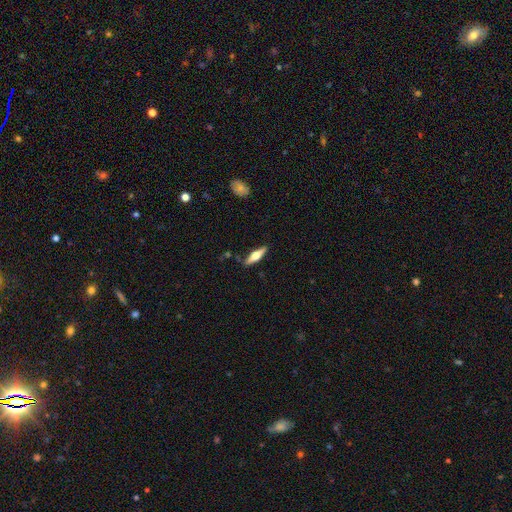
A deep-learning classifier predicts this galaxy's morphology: Smooth or featured?
  - featured or disk: 54% *
  - smooth: 40%
  - star or artifact: 6%
Edge-on disk?
  - yes: 94% *
  - no: 6%
Edge-on bulge?
  - rounded: 93% *
  - boxy: 5%
  - none: 2%
Merging?
  - none: 86% *
  - minor disturbance: 10%
  - major disturbance: 2%
  - merger: 2%